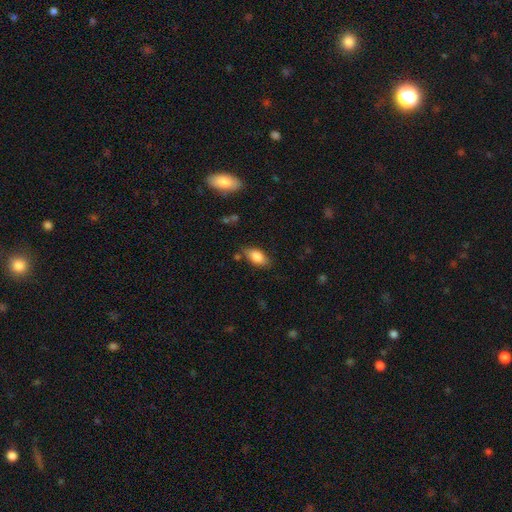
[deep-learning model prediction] Overall: smooth (84%). How rounded: in between (90%). Merging: none (78%).